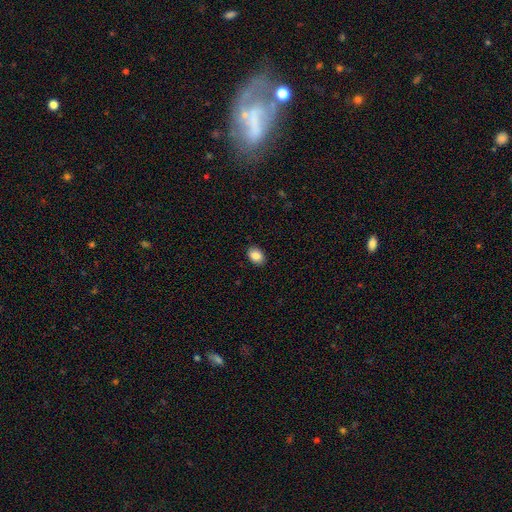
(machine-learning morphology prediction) type=smooth (87%); roundness=in between (76%); merging=none (89%).